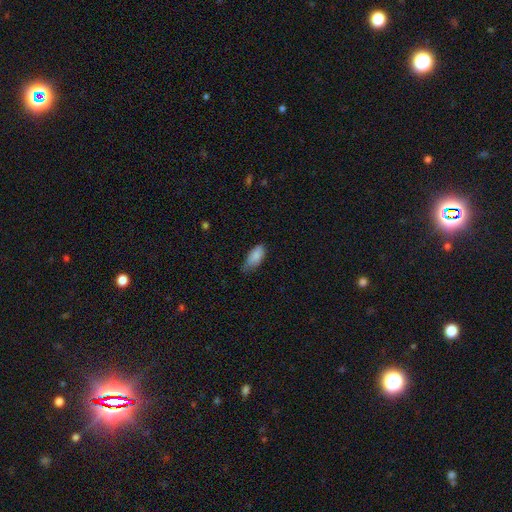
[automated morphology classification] Q: Smooth or featured?
A: smooth (87%); runner-up: star or artifact (7%)
Q: How rounded?
A: in between (89%); runner-up: cigar-shaped (9%)
Q: Merging?
A: none (50%); runner-up: minor disturbance (41%)